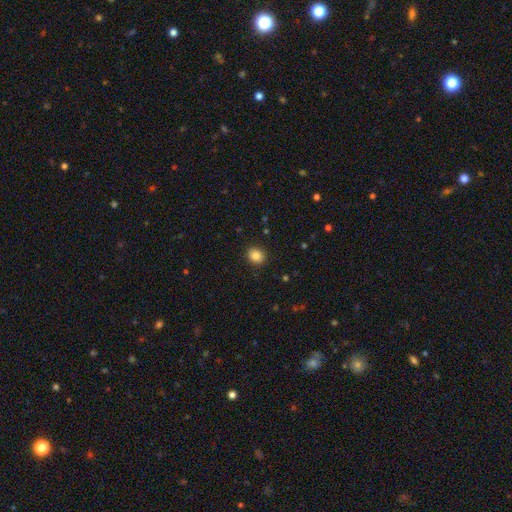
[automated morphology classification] Smooth or featured? smooth (85%)
How rounded? round (66%)
Merging? none (91%)